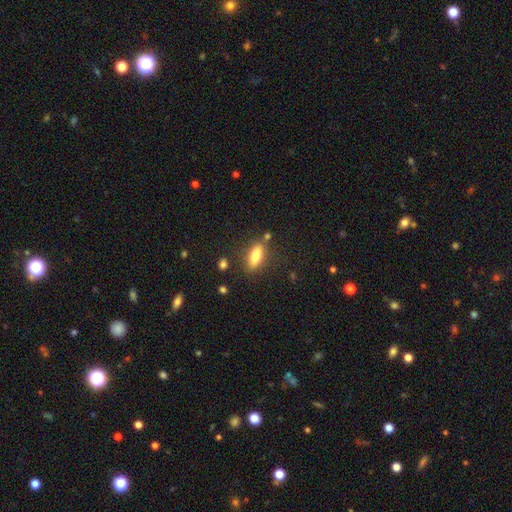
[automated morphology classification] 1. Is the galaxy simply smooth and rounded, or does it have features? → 73% smooth, 19% featured or disk, 8% star or artifact.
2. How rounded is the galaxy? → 72% in between, 24% cigar-shaped, 4% round.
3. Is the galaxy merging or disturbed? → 79% none, 13% minor disturbance, 5% merger, 4% major disturbance.